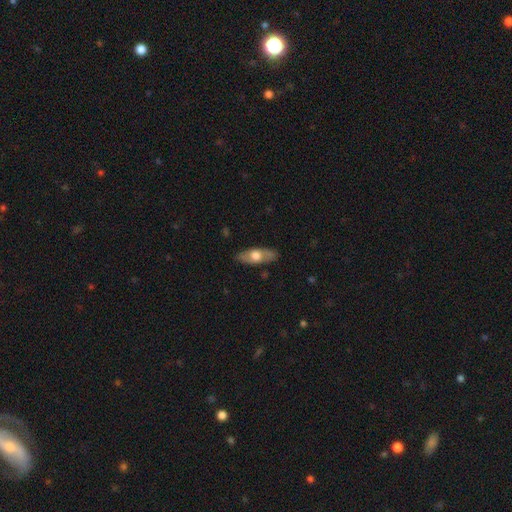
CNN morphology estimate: Smooth or featured? smooth (53%)
How rounded? in between (70%)
Merging? none (84%)